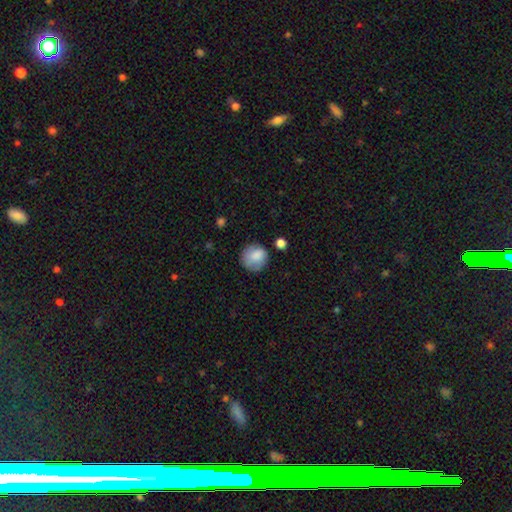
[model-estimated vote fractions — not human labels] Smooth or featured? smooth (83%)
How rounded? round (85%)
Merging? none (71%)